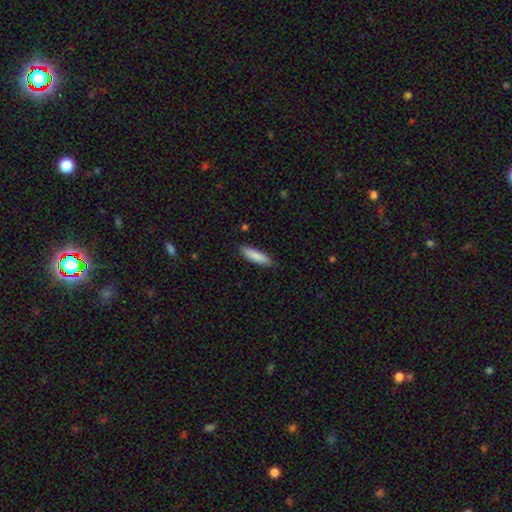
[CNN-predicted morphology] A smooth galaxy with no disk features (85%) that is cigar-shaped (72%).

Vote fractions:
- Smooth or featured? smooth: 85% / featured or disk: 9% / star or artifact: 6%
- How rounded? cigar-shaped: 72% / in between: 27% / round: 1%
- Merging? none: 86% / minor disturbance: 11% / major disturbance: 2% / merger: 1%